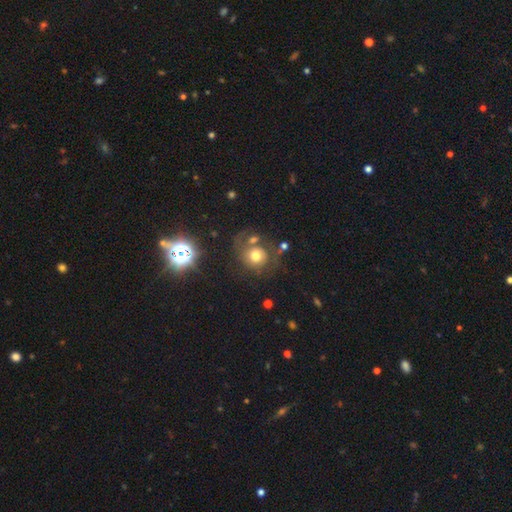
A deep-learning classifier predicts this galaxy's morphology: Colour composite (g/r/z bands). It shows a smooth galaxy with no disk features (59%) that is round (86%). Merging: none (49%).